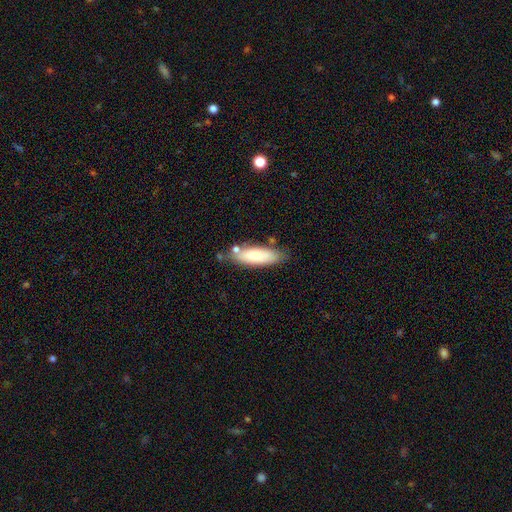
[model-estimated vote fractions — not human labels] Overall: smooth (79%). How rounded: in between (50%; cigar-shaped 49%). Merging: none (72%).